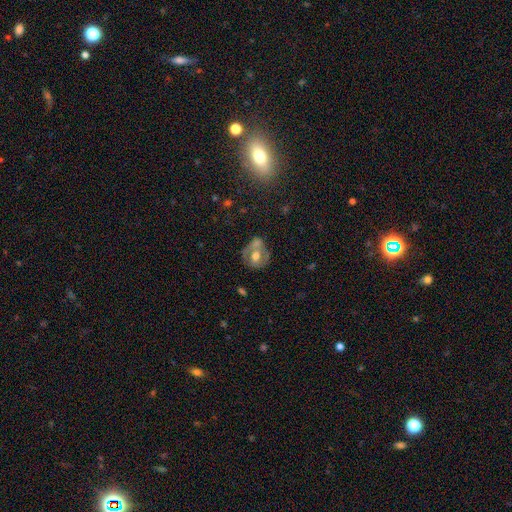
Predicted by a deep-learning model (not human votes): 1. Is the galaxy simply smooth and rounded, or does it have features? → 51% featured or disk, 41% smooth, 8% star or artifact.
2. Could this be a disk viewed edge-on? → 96% no, 4% yes.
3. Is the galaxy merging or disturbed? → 48% none, 23% merger, 19% minor disturbance, 10% major disturbance.